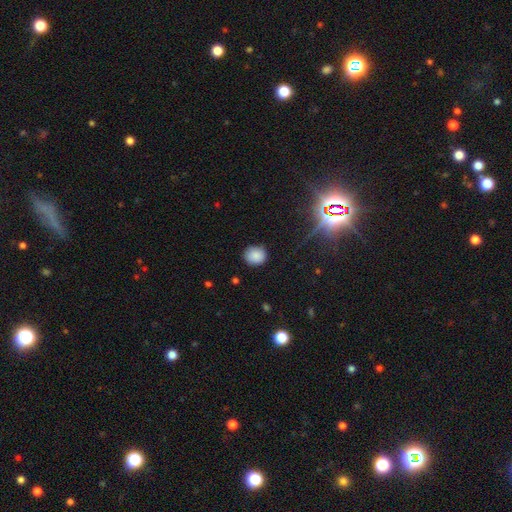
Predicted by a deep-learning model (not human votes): A smooth galaxy with no disk features (83%) that is round (84%). Merging: none (86%).